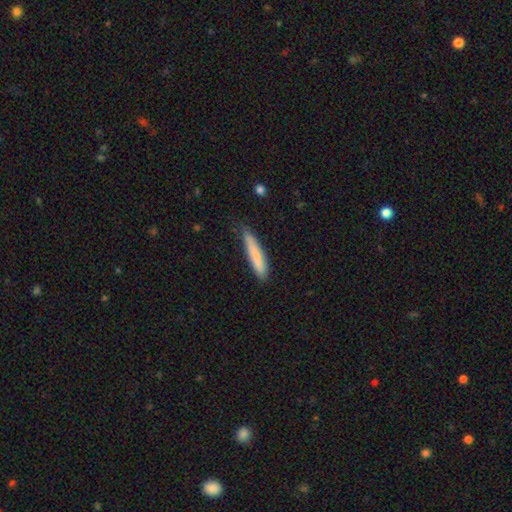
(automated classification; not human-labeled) Overall: smooth (77%). How rounded: cigar-shaped (90%). Merging: none (71%).